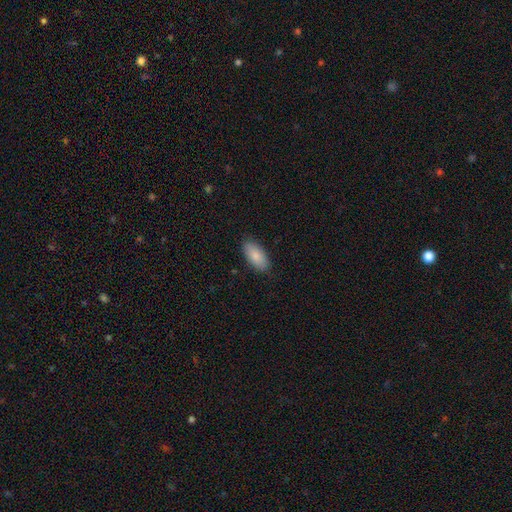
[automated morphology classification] smooth-or-featured: smooth: 85% | featured or disk: 9% | star or artifact: 6%
  how-rounded: in between: 91% | cigar-shaped: 7% | round: 2%
  merging: none: 87% | minor disturbance: 10% | major disturbance: 2% | merger: 1%